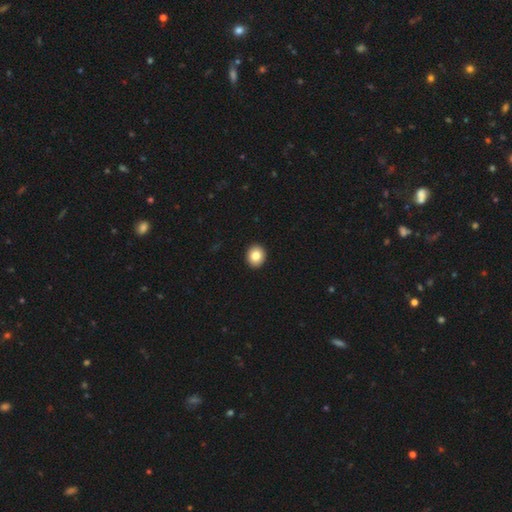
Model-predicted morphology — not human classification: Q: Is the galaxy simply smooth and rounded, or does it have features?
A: smooth — 84%.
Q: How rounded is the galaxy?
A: round — 70%.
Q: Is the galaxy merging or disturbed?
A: none — 93%.